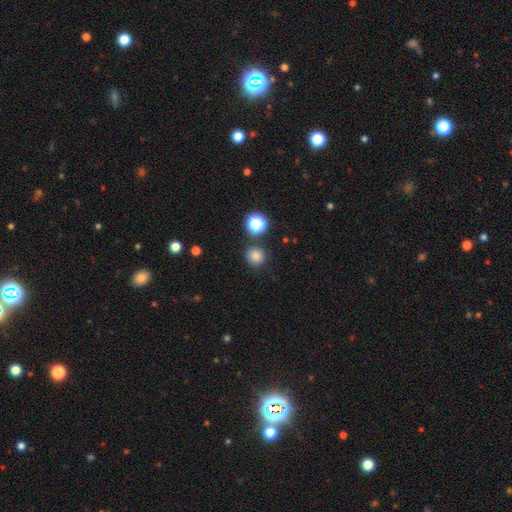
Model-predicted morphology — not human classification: The model was most divided on "smooth or featured": smooth: 80%, star or artifact: 15%, featured or disk: 5%. More confident: how rounded — round (92%); merging — none (83%).